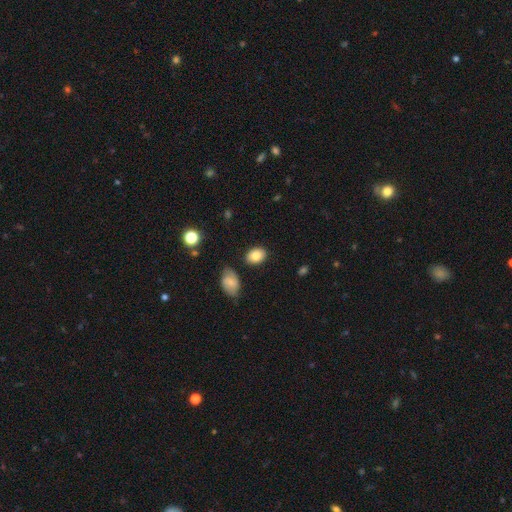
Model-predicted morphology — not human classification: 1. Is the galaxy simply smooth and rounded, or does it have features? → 83% smooth, 9% featured or disk, 8% star or artifact.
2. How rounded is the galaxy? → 74% in between, 25% round, 1% cigar-shaped.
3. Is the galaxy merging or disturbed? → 82% none, 12% minor disturbance, 3% merger, 3% major disturbance.